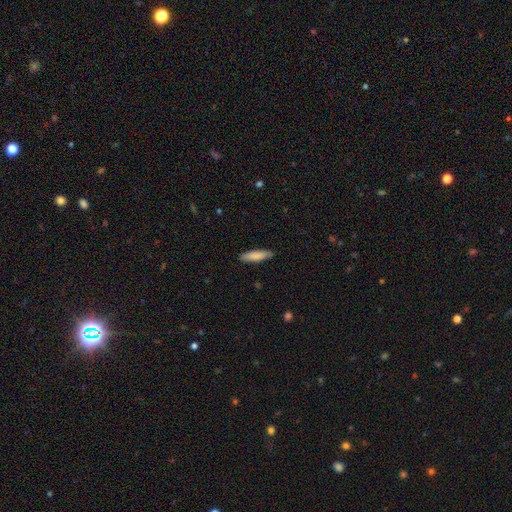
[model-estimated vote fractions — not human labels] Smooth or featured: smooth — 85% (featured or disk — 10%)
How rounded: cigar-shaped — 69% (in between — 30%)
Merging: none — 87% (minor disturbance — 10%)